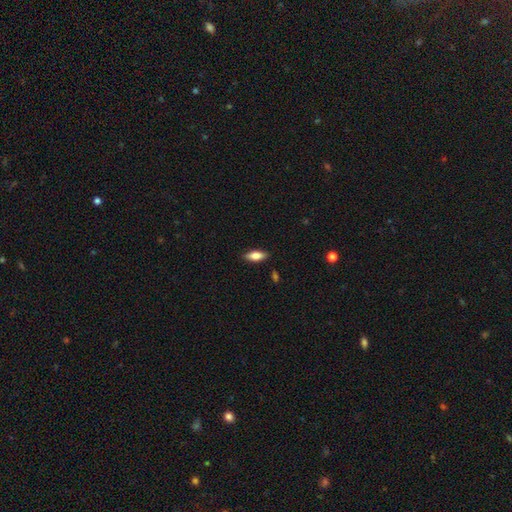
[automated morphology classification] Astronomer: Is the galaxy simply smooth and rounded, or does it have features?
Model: smooth — 78%.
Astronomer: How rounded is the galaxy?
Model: in between — 80%.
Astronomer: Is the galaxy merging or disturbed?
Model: none — 87%.